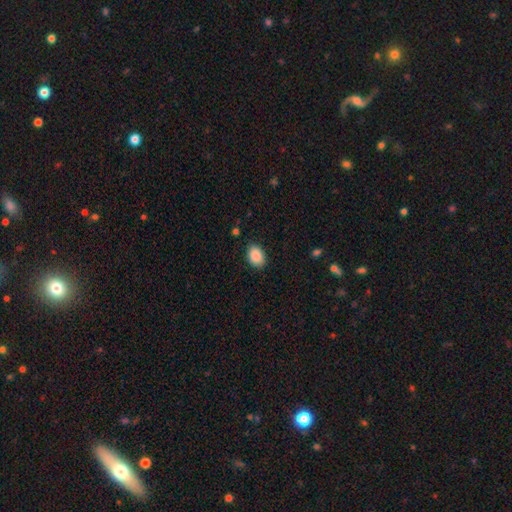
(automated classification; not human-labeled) Smooth or featured? Predicted: smooth (p=0.90). How rounded? Predicted: in between (p=0.82). Merging? Predicted: none (p=0.85).